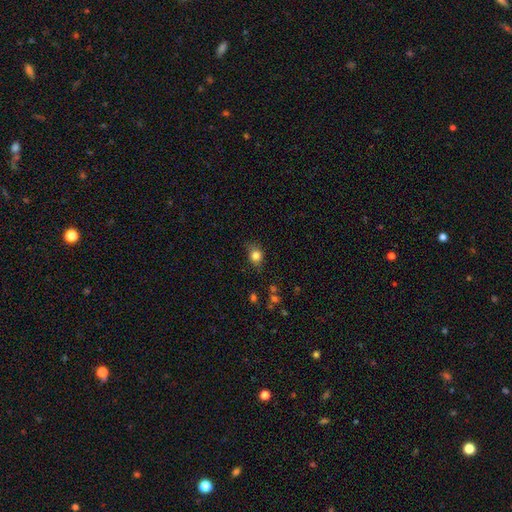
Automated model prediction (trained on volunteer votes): smooth_or_featured: smooth (p=0.81) [alt: star or artifact p=0.11]
how_rounded: round (p=0.59) [alt: in between p=0.39]
merging: none (p=0.67) [alt: minor disturbance p=0.25]